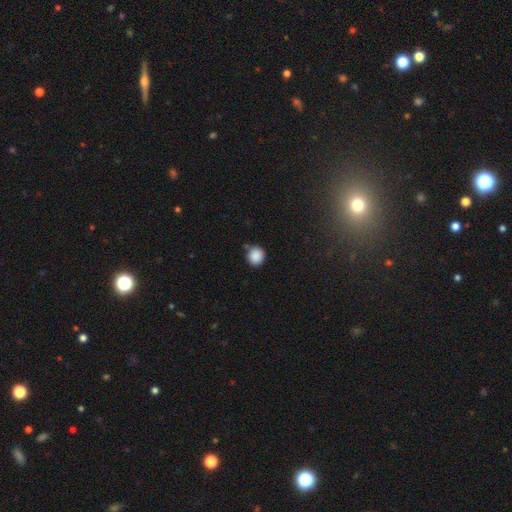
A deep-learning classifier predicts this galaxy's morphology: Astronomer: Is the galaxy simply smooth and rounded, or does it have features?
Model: smooth — 88%.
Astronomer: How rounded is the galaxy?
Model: round — 91%.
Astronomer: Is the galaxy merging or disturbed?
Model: none — 78%.